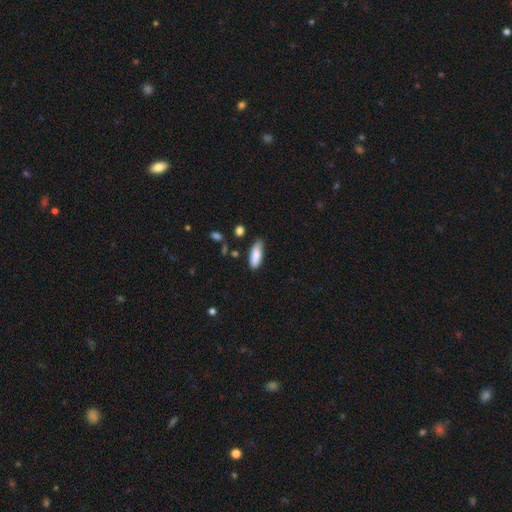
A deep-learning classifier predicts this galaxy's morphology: Overall: smooth (86%). How rounded: in between (71%). Merging: none (72%).